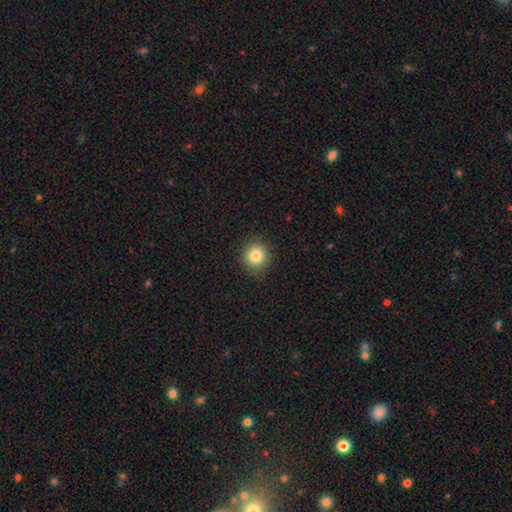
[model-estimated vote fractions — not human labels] Overall: smooth (83%). How rounded: round (90%). Merging: none (89%).